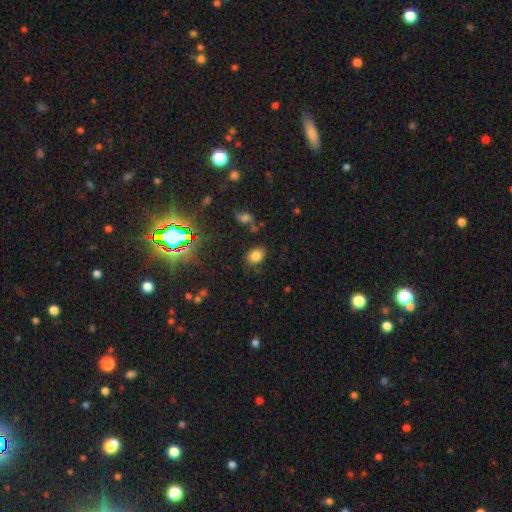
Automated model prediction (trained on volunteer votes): This is likely a smooth galaxy (77%). How rounded: likely in between (66%). Merging: clearly none (81%).